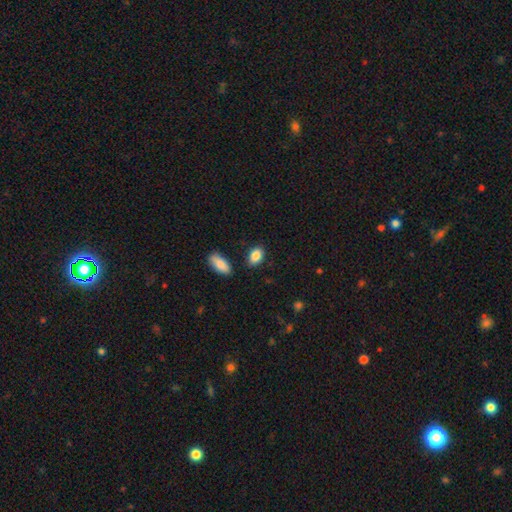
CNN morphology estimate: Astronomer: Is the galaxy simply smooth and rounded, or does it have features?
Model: smooth — 87%.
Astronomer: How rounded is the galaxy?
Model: in between — 87%.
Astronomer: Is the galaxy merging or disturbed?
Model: none — 81%.